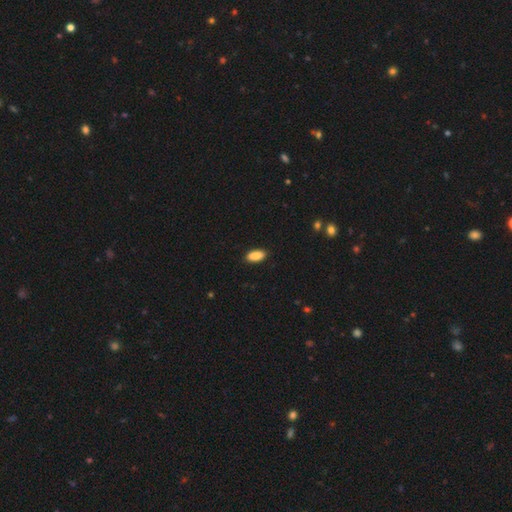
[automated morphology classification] Smooth or featured?
  - smooth: 90% *
  - star or artifact: 7%
  - featured or disk: 4%
How rounded?
  - in between: 91% *
  - cigar-shaped: 6%
  - round: 3%
Merging?
  - none: 89% *
  - minor disturbance: 8%
  - major disturbance: 2%
  - merger: 1%